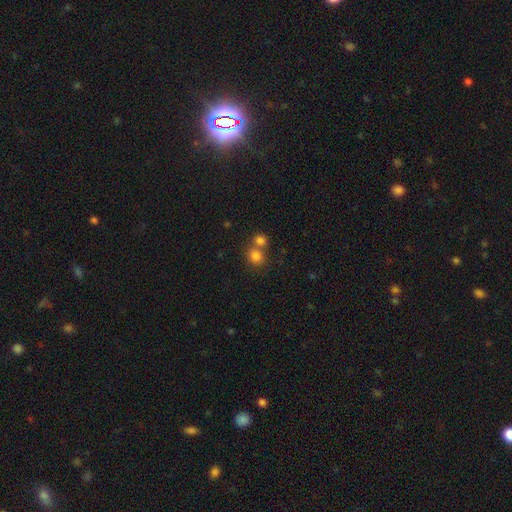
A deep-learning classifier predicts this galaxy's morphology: smooth_or_featured: smooth (p=0.80) [alt: star or artifact p=0.12]
how_rounded: round (p=0.78) [alt: in between p=0.21]
merging: none (p=0.49) [alt: merger p=0.42]